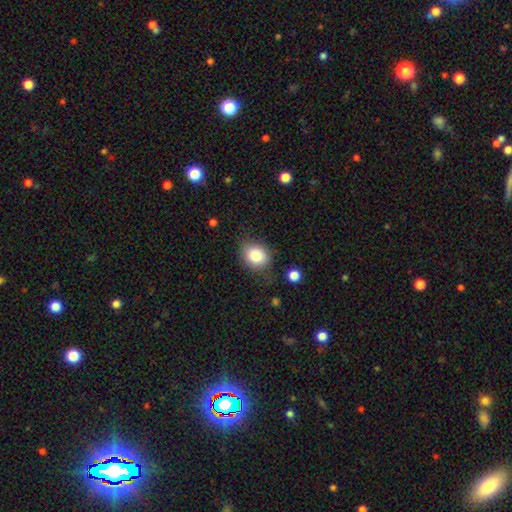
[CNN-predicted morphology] This is clearly a smooth galaxy (83%). How rounded: possibly round (52%). Merging: likely none (67%).